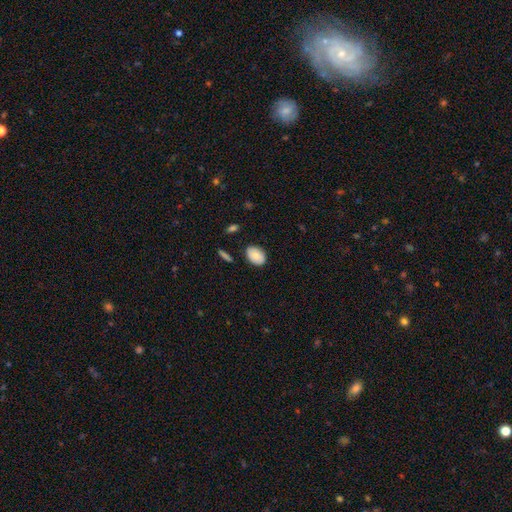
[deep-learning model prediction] smooth_or_featured: smooth (p=0.82) [alt: featured or disk p=0.11]
how_rounded: in between (p=0.82) [alt: round p=0.17]
merging: none (p=0.84) [alt: minor disturbance p=0.12]